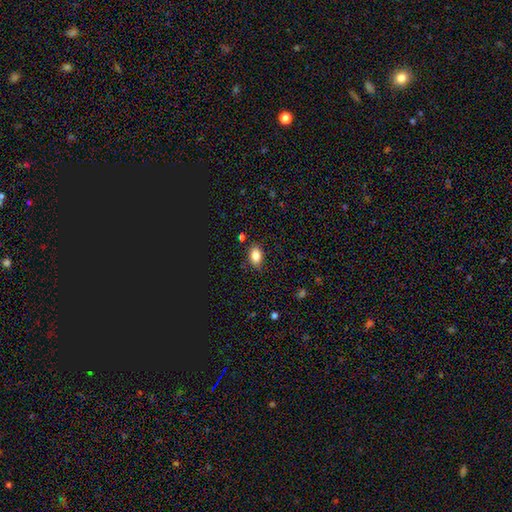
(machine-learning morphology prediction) type=smooth (84%); roundness=in between (86%); merging=none (83%).